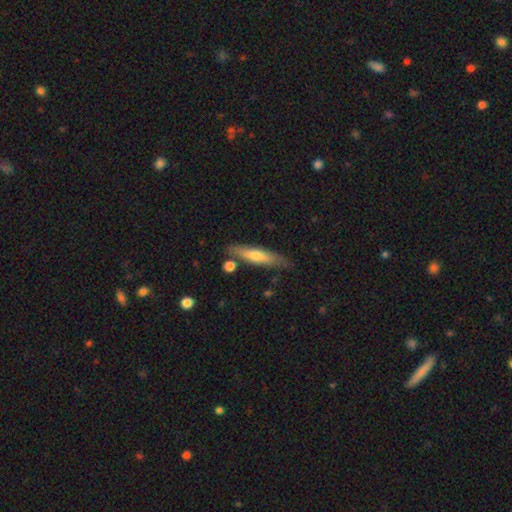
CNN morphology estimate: Smooth or featured? smooth (49%)
Merging? none (80%)